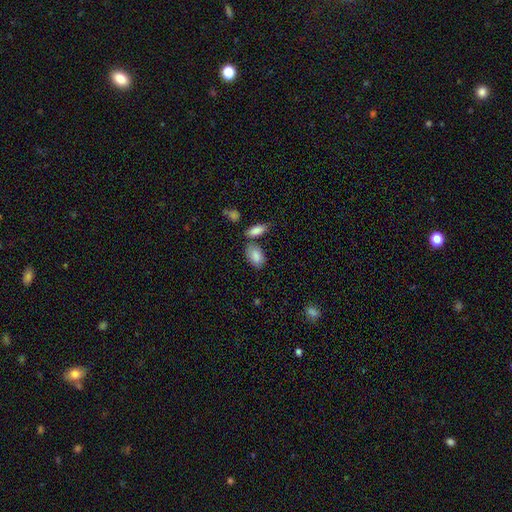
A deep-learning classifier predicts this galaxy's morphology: Smooth or featured? Predicted: smooth (p=0.86). How rounded? Predicted: in between (p=0.90). Merging? Predicted: none (p=0.64).